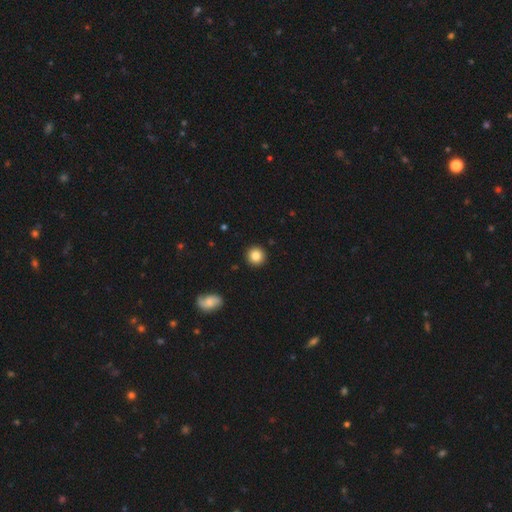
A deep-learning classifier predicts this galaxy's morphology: This is clearly a smooth galaxy (84%). How rounded: clearly round (94%). Merging: clearly none (92%).